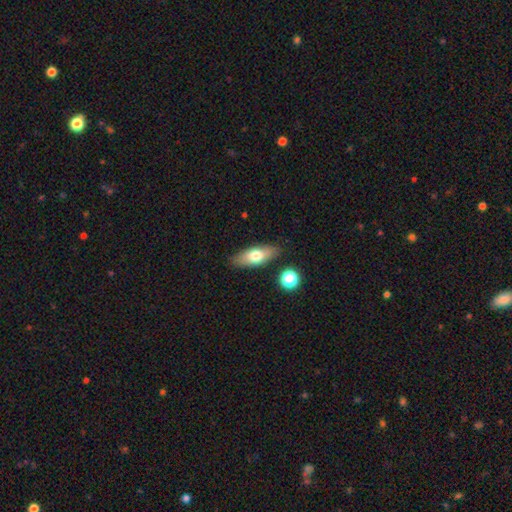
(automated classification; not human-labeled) Smooth or featured: smooth — 68% (featured or disk — 25%)
How rounded: in between — 70% (cigar-shaped — 26%)
Merging: none — 85% (minor disturbance — 10%)